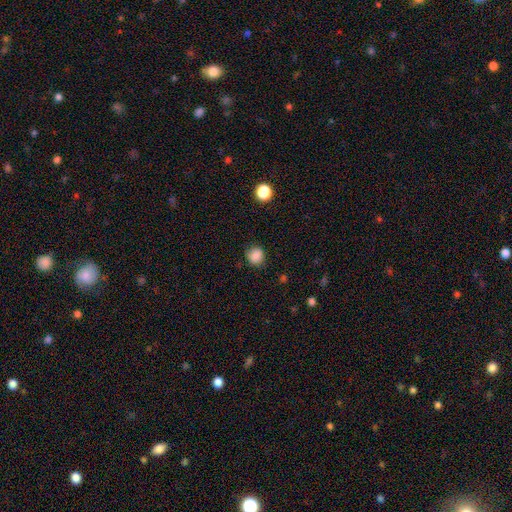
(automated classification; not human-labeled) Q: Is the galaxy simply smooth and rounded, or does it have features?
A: smooth — 85%.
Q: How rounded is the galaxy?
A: round — 83%.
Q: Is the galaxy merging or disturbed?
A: none — 83%.